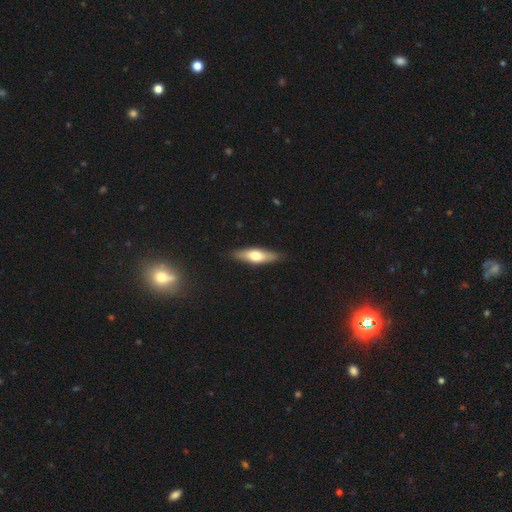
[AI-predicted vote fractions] smooth_or_featured: smooth (p=0.57) [alt: featured or disk p=0.37]
how_rounded: cigar-shaped (p=0.53) [alt: in between p=0.45]
merging: none (p=0.87) [alt: minor disturbance p=0.10]